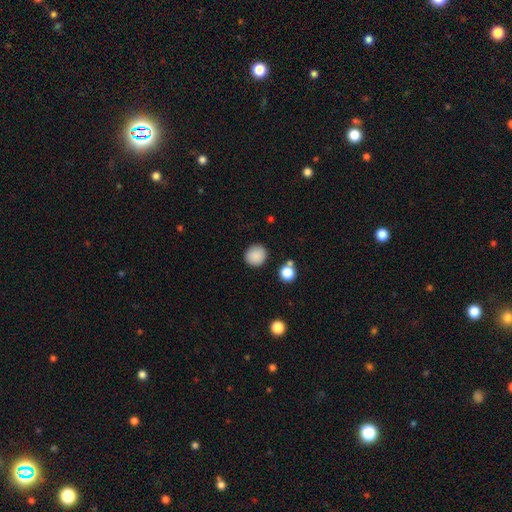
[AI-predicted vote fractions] A smooth galaxy with no disk features (87%) that is round (89%). Merging: none (88%).